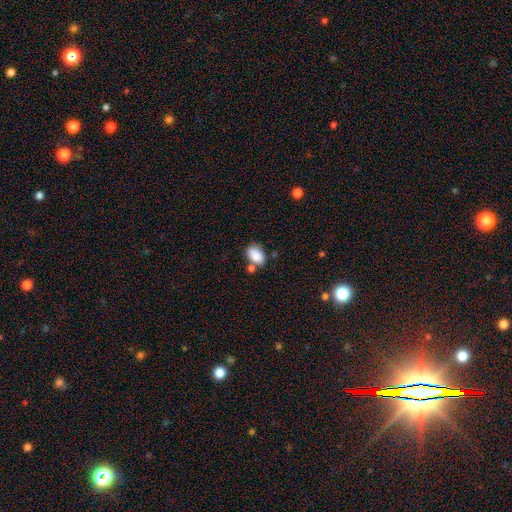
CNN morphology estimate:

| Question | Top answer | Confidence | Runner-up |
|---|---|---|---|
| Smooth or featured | smooth | 85% | star or artifact (8%) |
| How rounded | in between | 86% | round (12%) |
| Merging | none | 56% | merger (21%) |